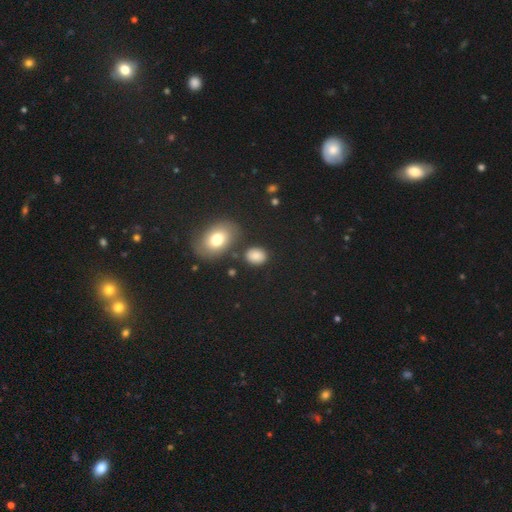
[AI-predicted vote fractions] Overall: smooth (84%). How rounded: in between (65%; round 34%). Merging: none (79%).